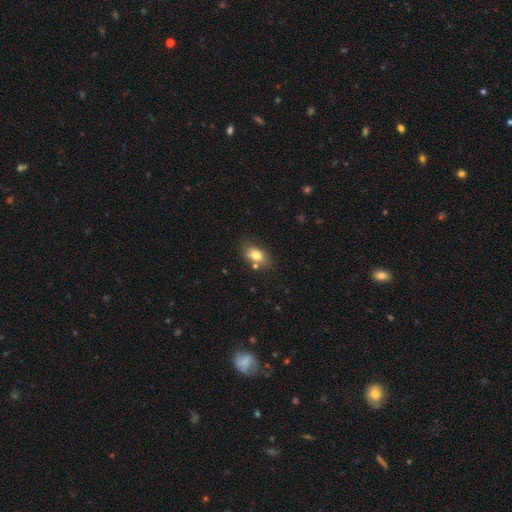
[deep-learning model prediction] smooth_or_featured: smooth (p=0.77) [alt: featured or disk p=0.13]
how_rounded: in between (p=0.81) [alt: round p=0.17]
merging: none (p=0.68) [alt: minor disturbance p=0.16]